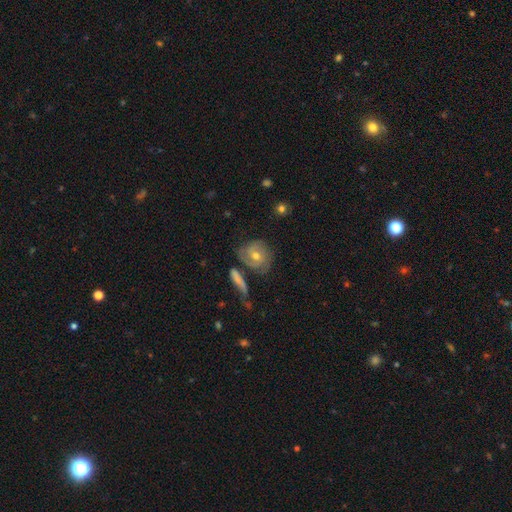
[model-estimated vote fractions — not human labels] This appears to be a featured or disk galaxy (52%). Merging: none (59%).